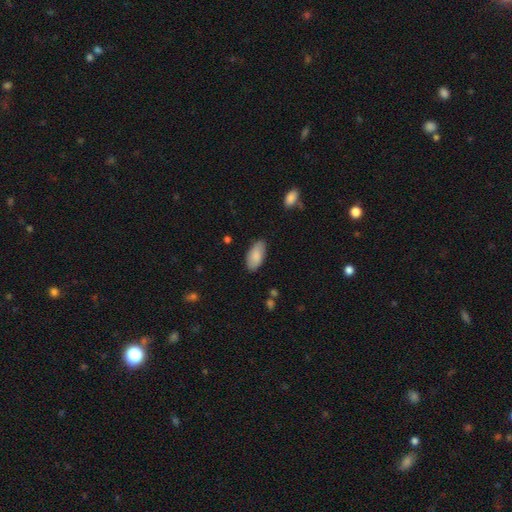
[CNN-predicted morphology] The model was most divided on "merging": none: 83%, minor disturbance: 13%, major disturbance: 3%, merger: 1%. More confident: how rounded — in between (93%); smooth or featured — smooth (86%).